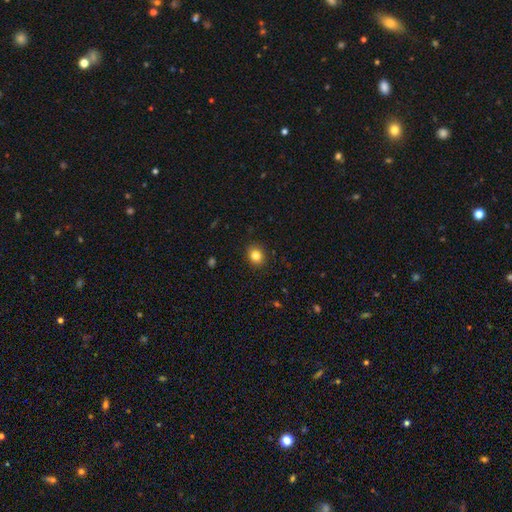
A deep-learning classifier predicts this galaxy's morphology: A smooth galaxy with no disk features (82%) that is round (71%).

Vote fractions:
- Smooth or featured? smooth: 82% / star or artifact: 11% / featured or disk: 7%
- How rounded? round: 71% / in between: 28% / cigar-shaped: 1%
- Merging? none: 90% / minor disturbance: 7% / major disturbance: 2% / merger: 1%